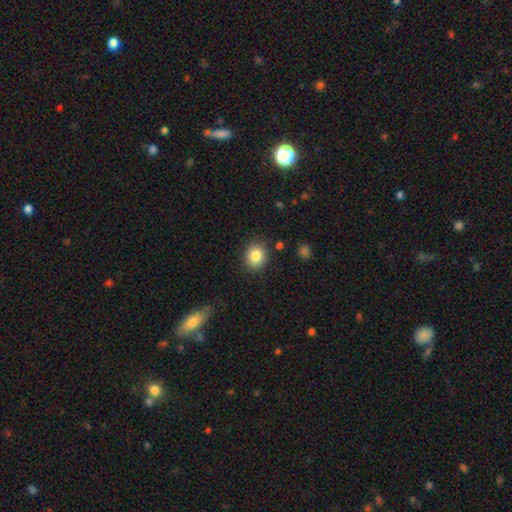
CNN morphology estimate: Q: Smooth or featured?
A: smooth (84%); runner-up: star or artifact (9%)
Q: How rounded?
A: round (70%); runner-up: in between (29%)
Q: Merging?
A: none (86%); runner-up: minor disturbance (9%)